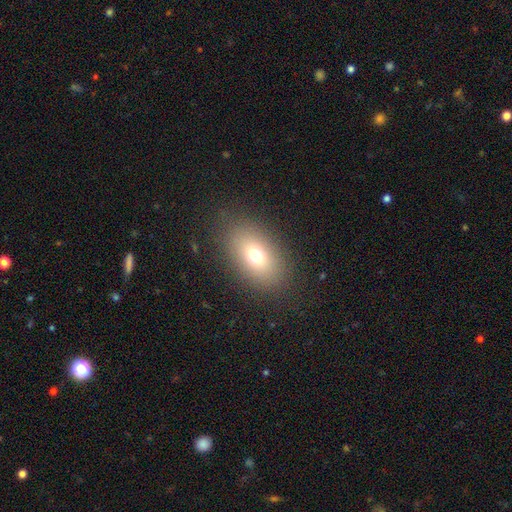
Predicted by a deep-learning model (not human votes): The model was most divided on "smooth or featured": smooth: 71%, featured or disk: 15%, star or artifact: 14%. More confident: merging — none (83%); how rounded — in between (81%).